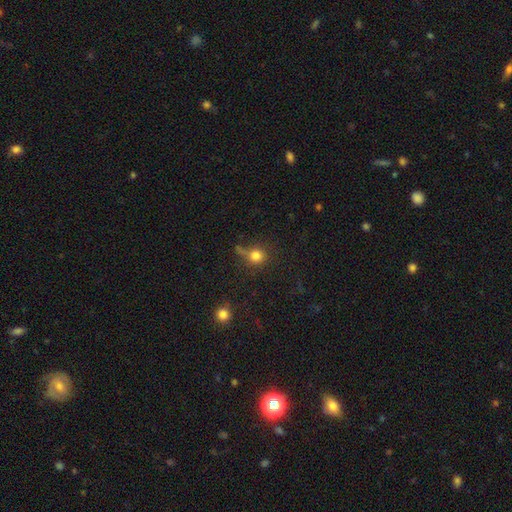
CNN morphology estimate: Overall: smooth (78%). How rounded: round (87%). Merging: none (59%; minor disturbance 19%).